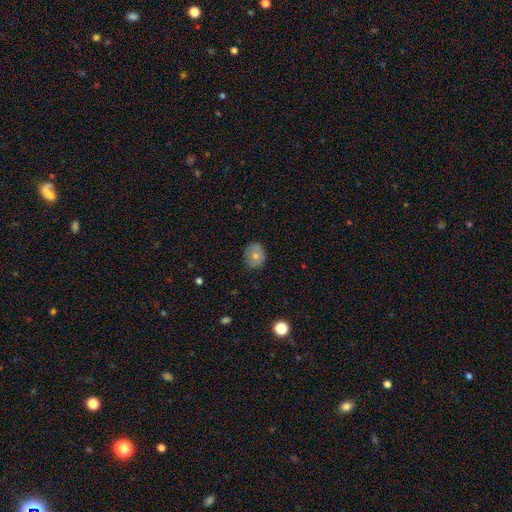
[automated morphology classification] Q: Smooth or featured?
A: smooth (69%); runner-up: featured or disk (22%)
Q: How rounded?
A: round (73%); runner-up: in between (26%)
Q: Merging?
A: none (84%); runner-up: minor disturbance (13%)